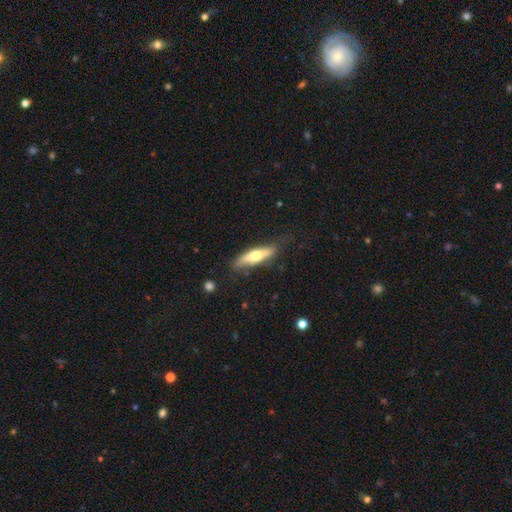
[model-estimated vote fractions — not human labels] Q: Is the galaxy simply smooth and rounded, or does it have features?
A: smooth — 50%.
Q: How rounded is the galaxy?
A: cigar-shaped — 70%.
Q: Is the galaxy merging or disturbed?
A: none — 70%.